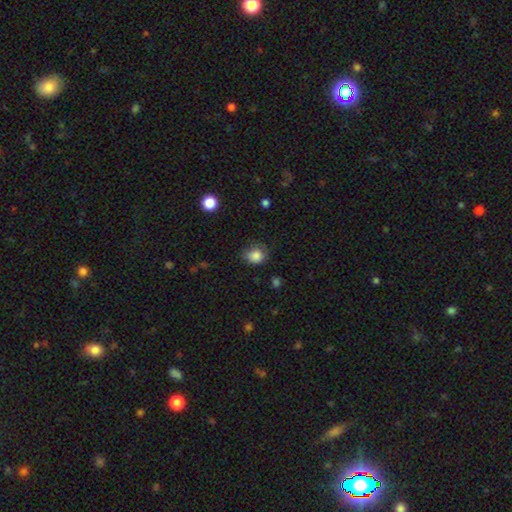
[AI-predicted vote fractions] Smooth or featured: smooth — 84% (star or artifact — 10%)
How rounded: round — 64% (in between — 35%)
Merging: none — 59% (minor disturbance — 29%)